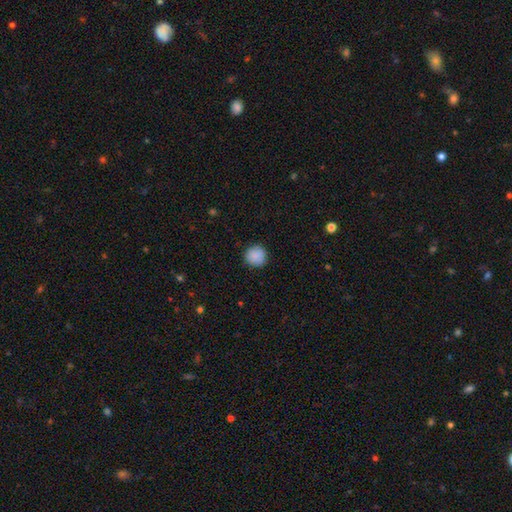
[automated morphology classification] The model was most divided on "merging": none: 88%, minor disturbance: 8%, major disturbance: 2%, merger: 1%. More confident: how rounded — round (93%); smooth or featured — smooth (89%).